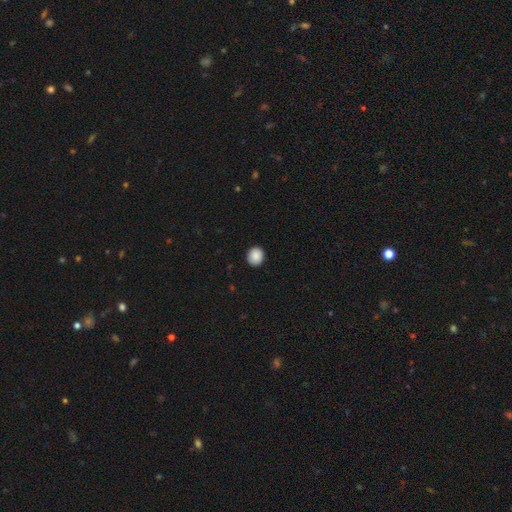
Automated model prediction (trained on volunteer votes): A smooth galaxy with no disk features (89%) that is round (81%).

Vote fractions:
- Smooth or featured? smooth: 89% / star or artifact: 8% / featured or disk: 3%
- How rounded? round: 81% / in between: 19% / cigar-shaped: 1%
- Merging? none: 92% / minor disturbance: 6% / major disturbance: 2% / merger: 1%